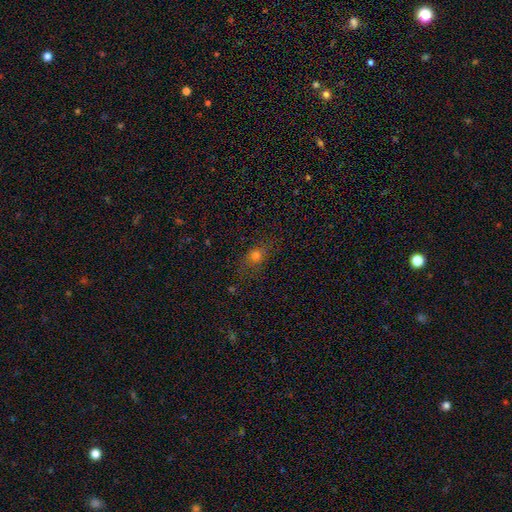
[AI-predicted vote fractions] This is likely a smooth galaxy (64%). How rounded: possibly in between (52%). Merging: likely none (76%).